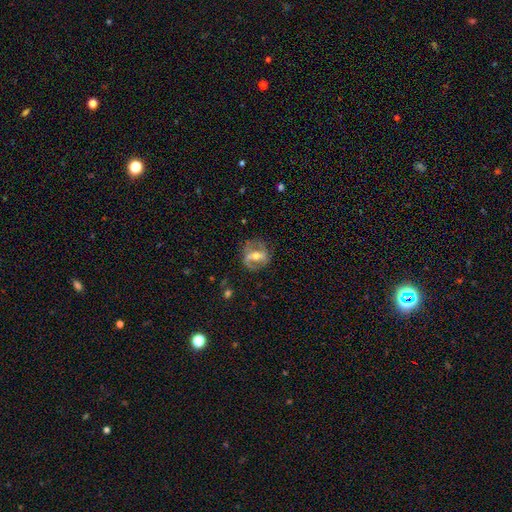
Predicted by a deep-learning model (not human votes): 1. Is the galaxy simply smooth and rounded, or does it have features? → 70% featured or disk, 22% smooth, 8% star or artifact.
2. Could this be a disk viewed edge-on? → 93% no, 7% yes.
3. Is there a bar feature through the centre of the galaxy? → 50% strong, 33% weak, 17% no.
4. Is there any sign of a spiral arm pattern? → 72% yes, 28% no.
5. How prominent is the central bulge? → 65% moderate, 28% small, 4% large, 1% none, 1% dominant.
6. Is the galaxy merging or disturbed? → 69% none, 19% minor disturbance, 11% major disturbance, 2% merger.